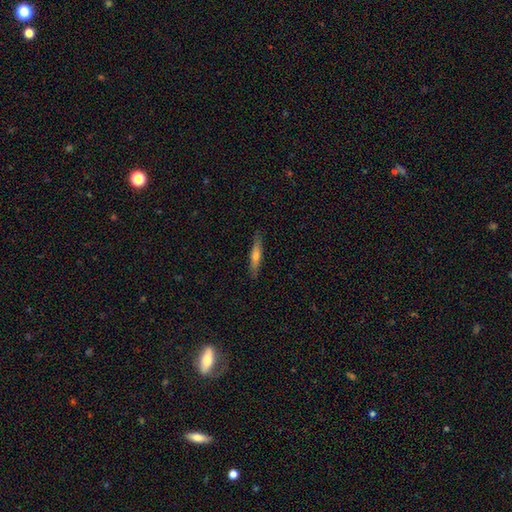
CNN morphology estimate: Smooth or featured? Predicted: featured or disk (p=0.49). Merging? Predicted: none (p=0.89).